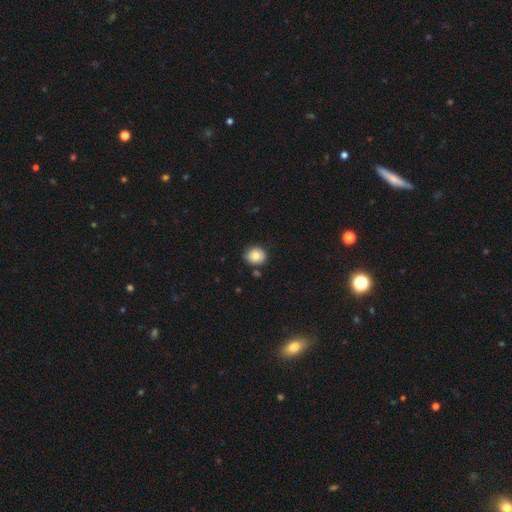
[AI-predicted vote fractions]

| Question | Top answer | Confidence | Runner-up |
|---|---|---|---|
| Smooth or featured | smooth | 79% | featured or disk (13%) |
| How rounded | round | 74% | in between (25%) |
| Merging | none | 79% | minor disturbance (14%) |